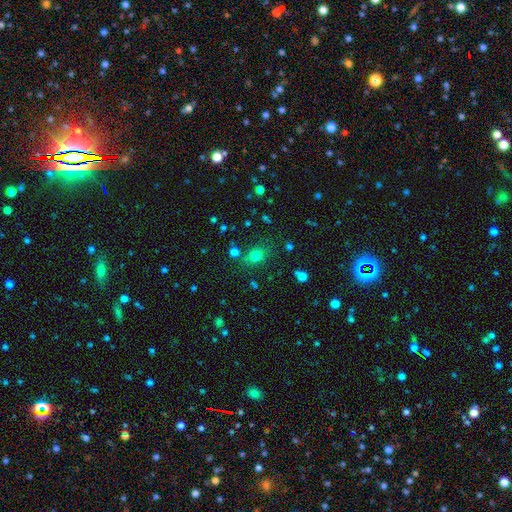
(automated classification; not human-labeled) A smooth galaxy with no disk features (72%) that is round (50%). Merging: none (72%).